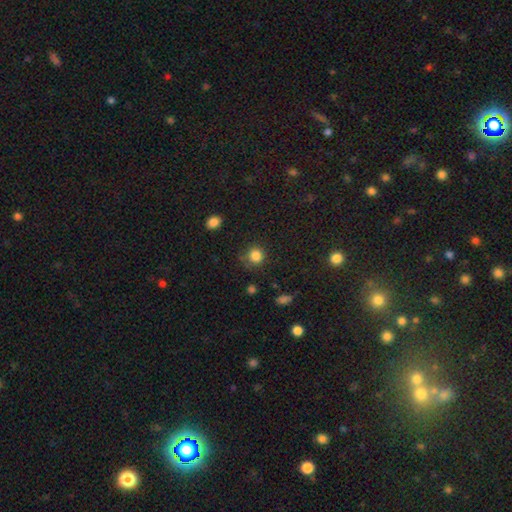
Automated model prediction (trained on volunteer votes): smooth-or-featured: smooth: 83% | star or artifact: 12% | featured or disk: 4%
  how-rounded: round: 90% | in between: 9% | cigar-shaped: 1%
  merging: none: 77% | minor disturbance: 15% | major disturbance: 5% | merger: 2%